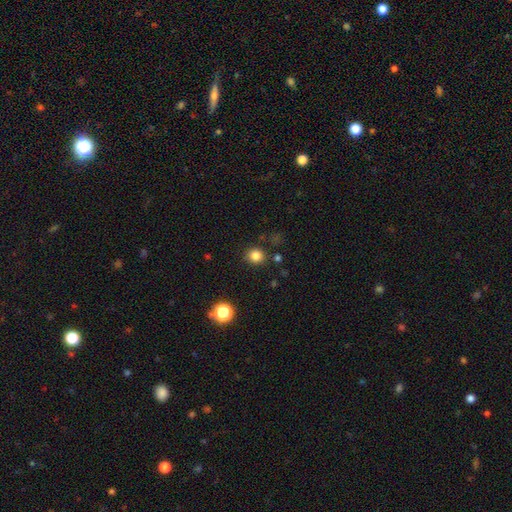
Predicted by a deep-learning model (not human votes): smooth_or_featured: smooth (p=0.82) [alt: star or artifact p=0.13]
how_rounded: round (p=0.86) [alt: in between p=0.13]
merging: none (p=0.86) [alt: minor disturbance p=0.08]